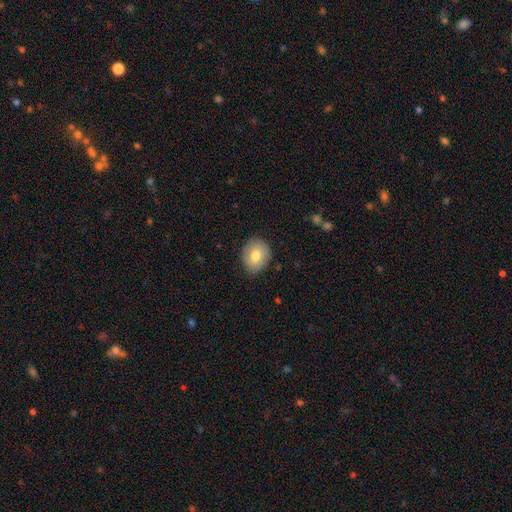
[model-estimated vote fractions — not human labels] Smooth or featured?
  - smooth: 76% *
  - featured or disk: 17%
  - star or artifact: 7%
How rounded?
  - round: 55% *
  - in between: 44%
  - cigar-shaped: 1%
Merging?
  - none: 82% *
  - minor disturbance: 14%
  - major disturbance: 3%
  - merger: 1%